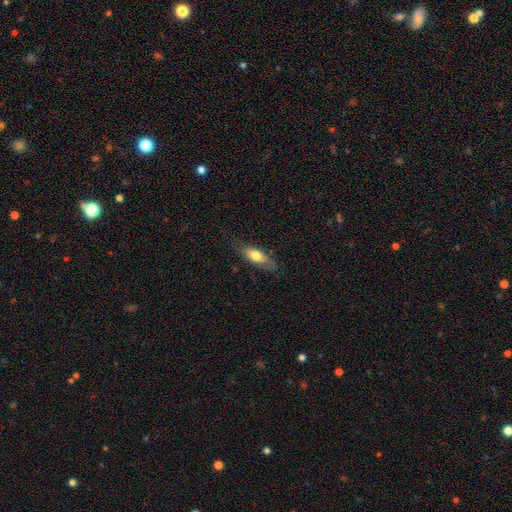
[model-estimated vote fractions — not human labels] smooth_or_featured: smooth (p=0.62) [alt: featured or disk p=0.32]
how_rounded: in between (p=0.67) [alt: cigar-shaped p=0.30]
merging: none (p=0.73) [alt: minor disturbance p=0.21]